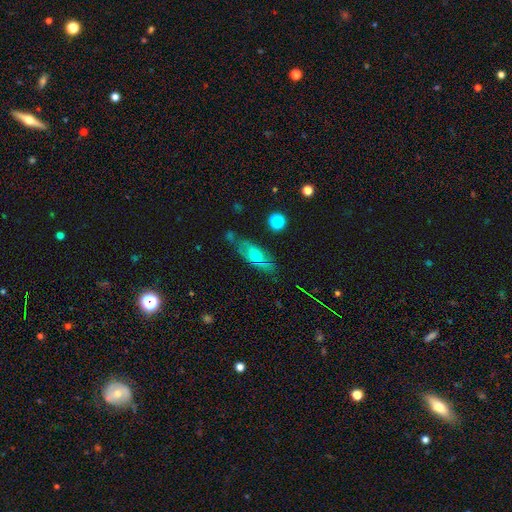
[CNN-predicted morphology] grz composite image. It shows a smooth galaxy with no disk features (50%). Merging: none (66%).